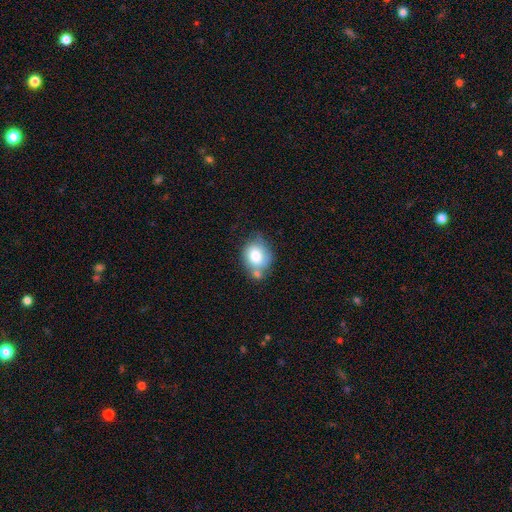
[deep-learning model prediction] Smooth or featured?
  - smooth: 76% *
  - featured or disk: 16%
  - star or artifact: 8%
How rounded?
  - round: 52% *
  - in between: 47%
  - cigar-shaped: 1%
Merging?
  - none: 45% *
  - minor disturbance: 25%
  - merger: 23%
  - major disturbance: 8%